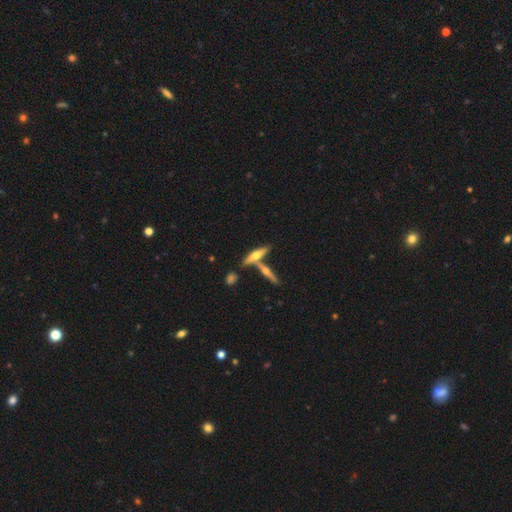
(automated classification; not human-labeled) Smooth or featured?
  - featured or disk: 61% *
  - smooth: 31%
  - star or artifact: 7%
Edge-on disk?
  - yes: 94% *
  - no: 6%
Edge-on bulge?
  - rounded: 92% *
  - none: 4%
  - boxy: 4%
Merging?
  - none: 58% *
  - merger: 30%
  - minor disturbance: 9%
  - major disturbance: 3%